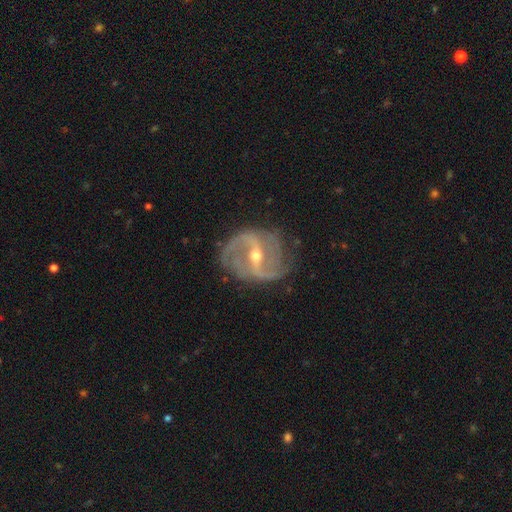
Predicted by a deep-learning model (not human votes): A featured or disk galaxy (90%) with a strong bar (54%), 2 (69%) medium (45%) spiral arms (96%) and a small central bulge (50%).

Vote fractions:
- Smooth or featured? featured or disk: 90% / star or artifact: 6% / smooth: 4%
- Edge-on disk? no: 96% / yes: 4%
- Bar? strong: 54% / weak: 34% / no: 12%
- Spiral arms? yes: 96% / no: 4%
- Spiral winding? medium: 45% / loose: 33% / tight: 21%
- Spiral arm count? 2: 69% / 3: 12% / can't tell: 9% / 4: 4% / 1: 3% / more than 4: 3%
- Bulge size? small: 50% / moderate: 48% / large: 1% / none: 1% / dominant: 1%
- Merging? none: 76% / minor disturbance: 16% / major disturbance: 7% / merger: 1%